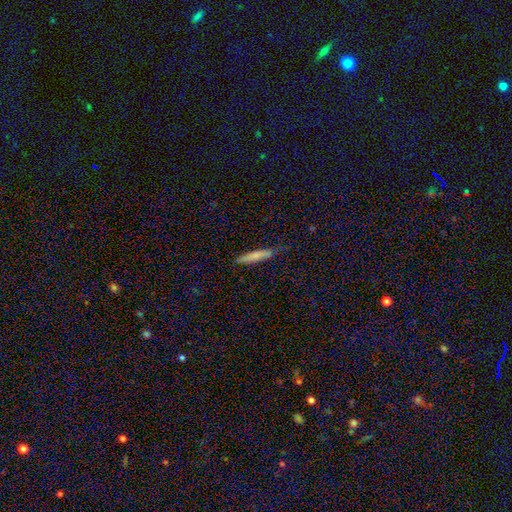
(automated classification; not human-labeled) This appears to be a smooth galaxy with no disk features (74%) that is cigar-shaped (90%). Merging: none (75%).